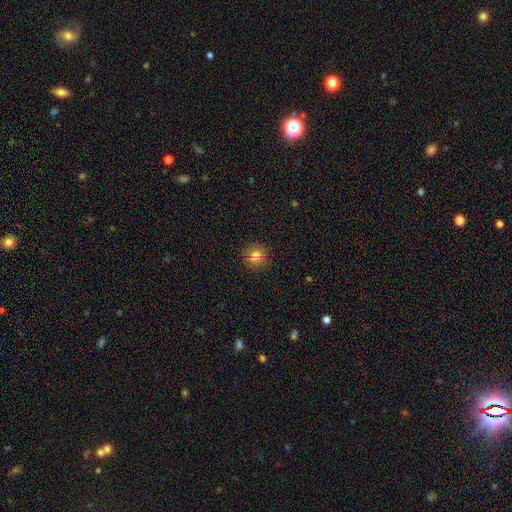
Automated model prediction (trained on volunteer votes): This appears to be a smooth galaxy with no disk features (77%) that is round (88%). Merging: none (89%).